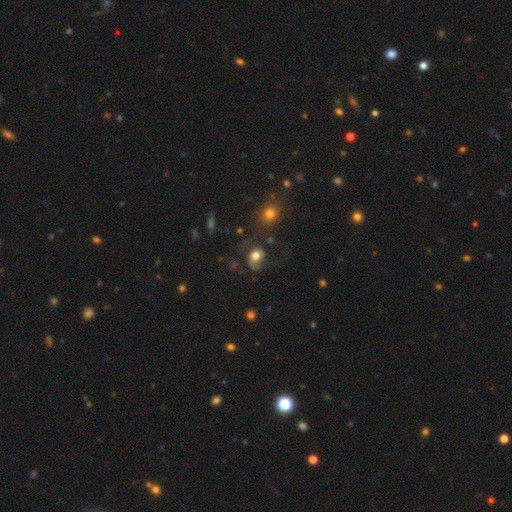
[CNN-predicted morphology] Q: Smooth or featured?
A: smooth (67%); runner-up: featured or disk (23%)
Q: How rounded?
A: round (50%); runner-up: in between (48%)
Q: Merging?
A: none (41%); runner-up: major disturbance (30%)